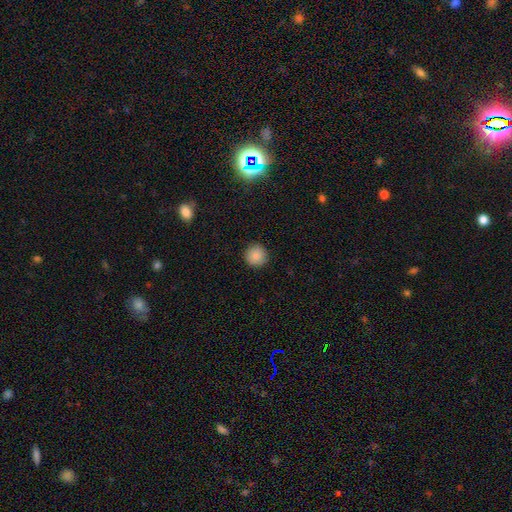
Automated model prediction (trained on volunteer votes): Smooth or featured?
  - smooth: 87% *
  - star or artifact: 9%
  - featured or disk: 3%
How rounded?
  - round: 95% *
  - in between: 4%
  - cigar-shaped: 1%
Merging?
  - none: 92% *
  - minor disturbance: 5%
  - major disturbance: 2%
  - merger: 1%